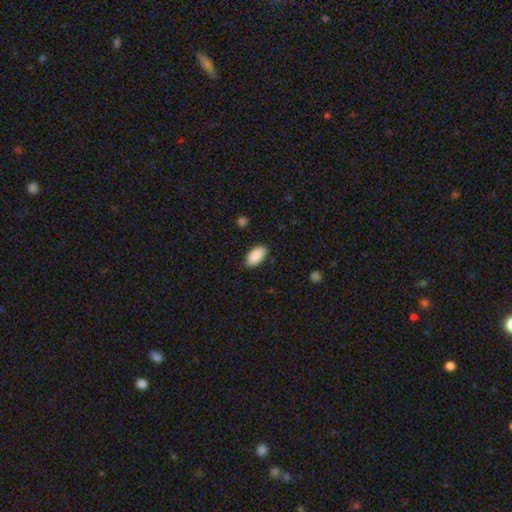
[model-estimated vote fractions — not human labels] Morphology: type=smooth (90%); roundness=in between (94%); merging=none (86%).